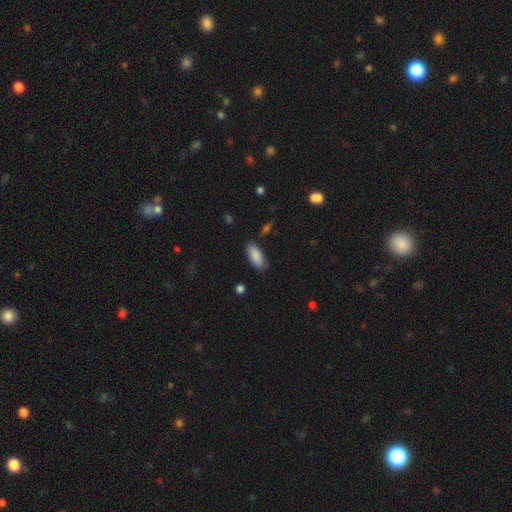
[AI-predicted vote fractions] Overall: smooth (89%). How rounded: in between (88%). Merging: none (82%).